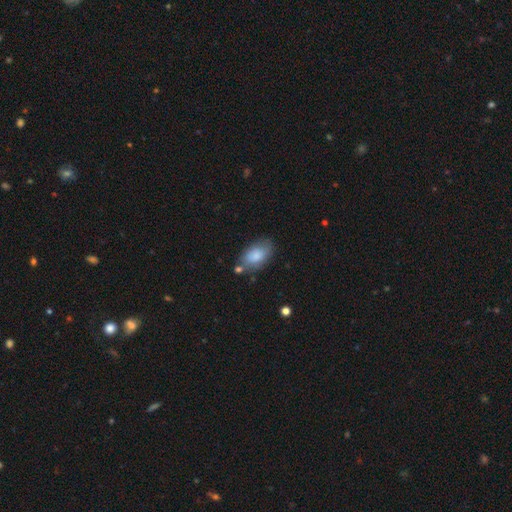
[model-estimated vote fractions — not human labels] A smooth galaxy with no disk features (82%) that is in between round and cigar-shaped (93%). Merging: none (65%).